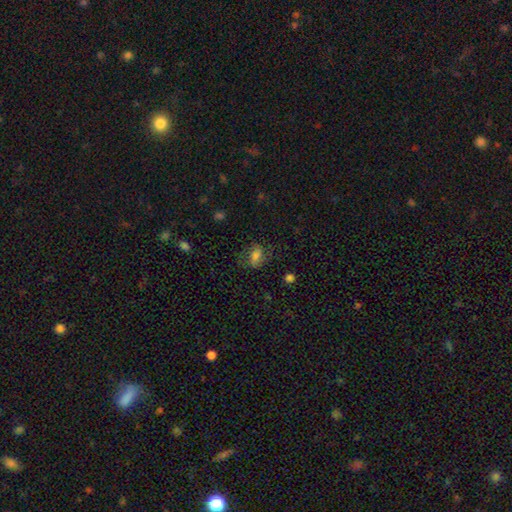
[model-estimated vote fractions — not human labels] Smooth or featured? Predicted: smooth (p=0.58). How rounded? Predicted: in between (p=0.79). Merging? Predicted: none (p=0.66).